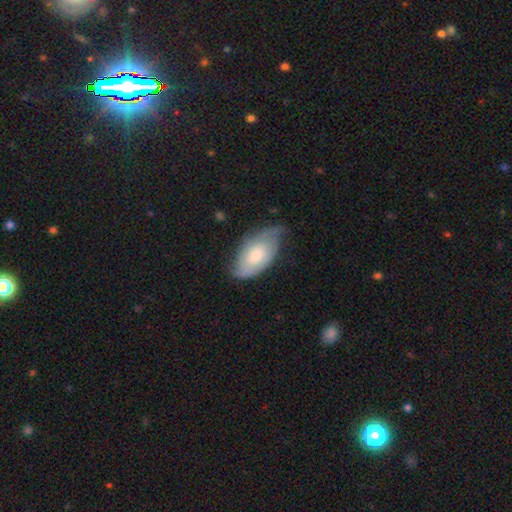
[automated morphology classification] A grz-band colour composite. It shows a featured or disk galaxy (51%). Merging: none (48%).